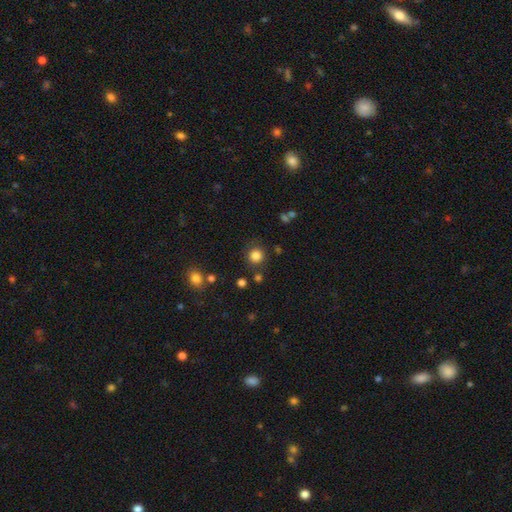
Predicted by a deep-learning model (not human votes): A smooth galaxy with no disk features (83%) that is round (92%). Merging: none (83%).